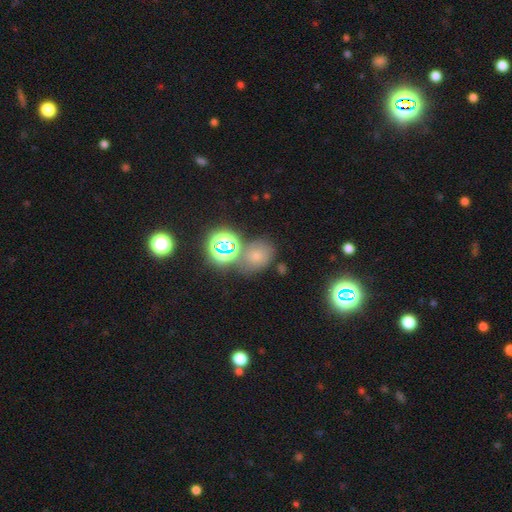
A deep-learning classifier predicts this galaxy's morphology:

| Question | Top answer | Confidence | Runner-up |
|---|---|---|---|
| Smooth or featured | smooth | 56% | star or artifact (31%) |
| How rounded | round | 53% | in between (46%) |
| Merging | none | 62% | merger (16%) |